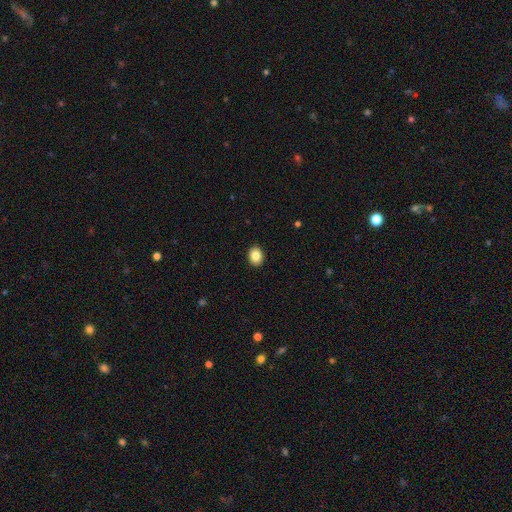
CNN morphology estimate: Smooth or featured? smooth (85%)
How rounded? in between (52%)
Merging? none (92%)